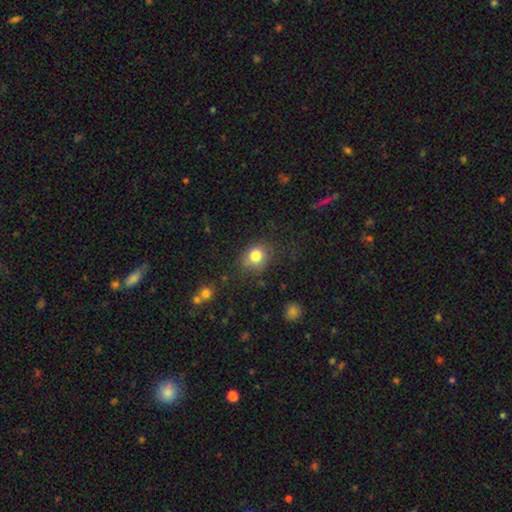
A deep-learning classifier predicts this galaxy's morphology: A smooth galaxy with no disk features (82%) that is round (66%).

Vote fractions:
- Smooth or featured? smooth: 82% / star or artifact: 11% / featured or disk: 8%
- How rounded? round: 66% / in between: 33% / cigar-shaped: 1%
- Merging? none: 73% / minor disturbance: 18% / major disturbance: 6% / merger: 2%